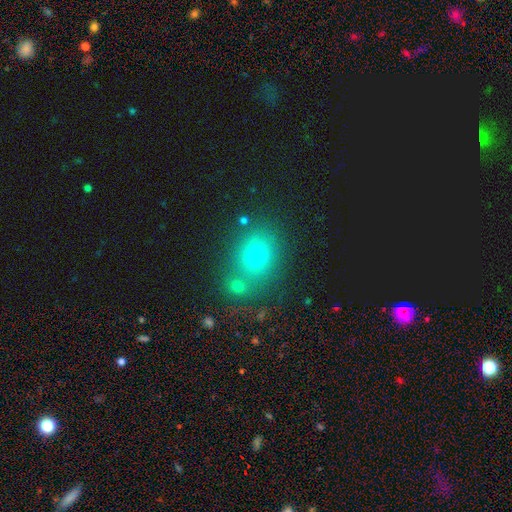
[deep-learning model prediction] This appears to be a smooth galaxy with no disk features (69%) that is round (59%). Merging: none (69%).